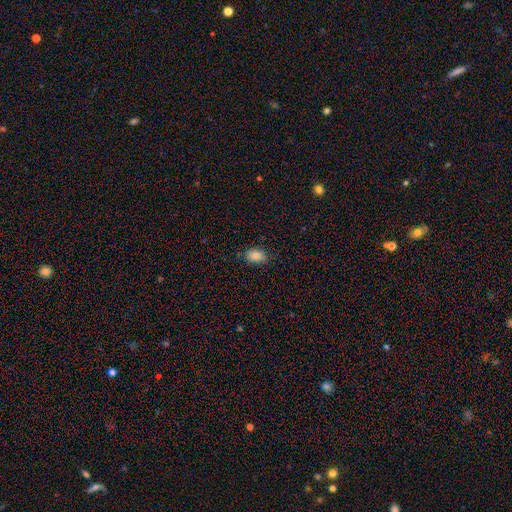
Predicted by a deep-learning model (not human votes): Smooth or featured? Predicted: smooth (p=0.84). How rounded? Predicted: in between (p=0.82). Merging? Predicted: none (p=0.81).